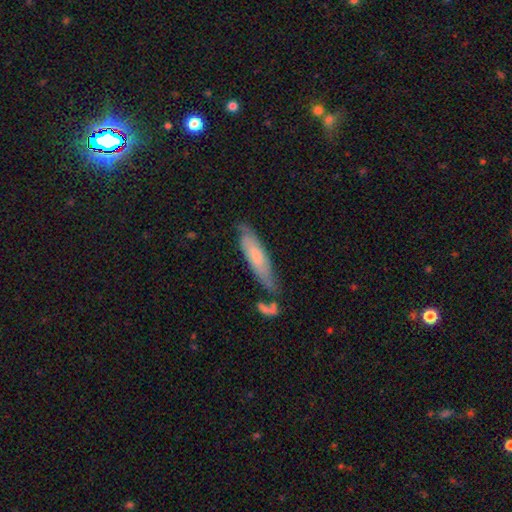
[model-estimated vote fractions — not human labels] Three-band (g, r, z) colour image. It shows a smooth galaxy with no disk features (53%) that is cigar-shaped (73%). Merging: none (59%).